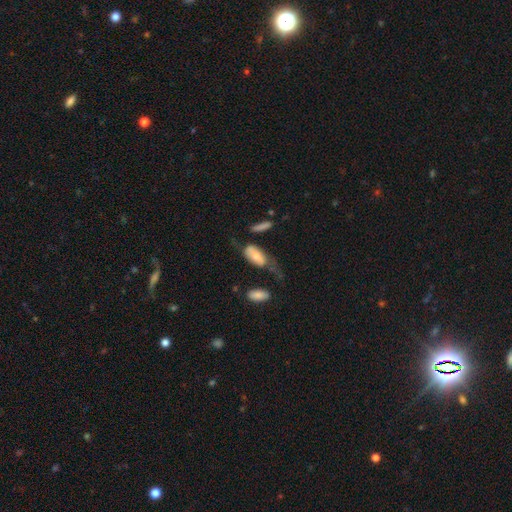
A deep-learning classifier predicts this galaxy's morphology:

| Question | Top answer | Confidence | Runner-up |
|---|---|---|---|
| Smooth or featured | smooth | 67% | featured or disk (26%) |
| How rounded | in between | 89% | cigar-shaped (8%) |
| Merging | none | 30% | tied: major disturbance (30%) |